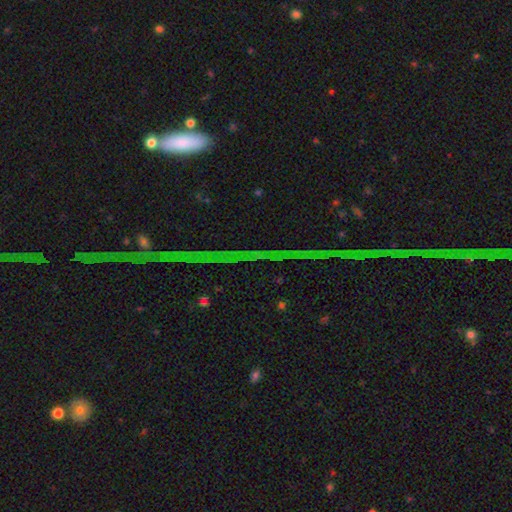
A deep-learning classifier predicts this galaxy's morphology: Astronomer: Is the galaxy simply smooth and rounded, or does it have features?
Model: star or artifact — 81%.